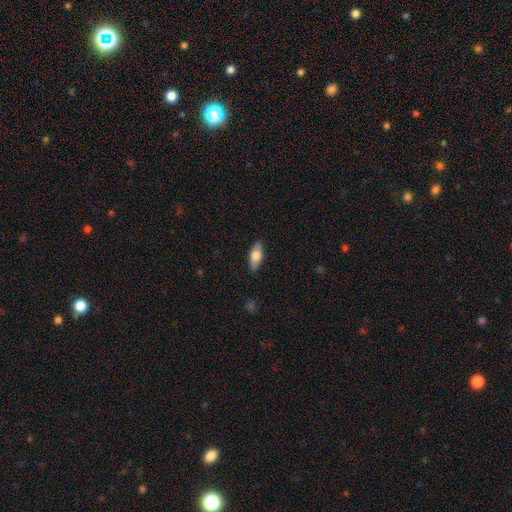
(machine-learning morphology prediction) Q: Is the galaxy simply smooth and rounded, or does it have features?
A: smooth — 71%.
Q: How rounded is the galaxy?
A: in between — 80%.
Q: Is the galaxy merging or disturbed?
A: none — 88%.